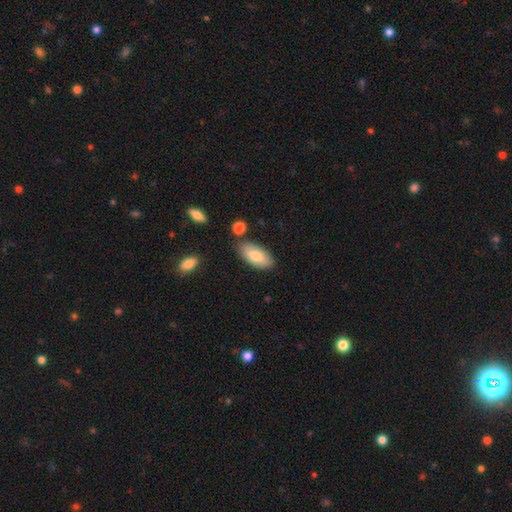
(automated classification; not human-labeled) Smooth or featured? Predicted: smooth (p=0.77). How rounded? Predicted: in between (p=0.90). Merging? Predicted: none (p=0.81).